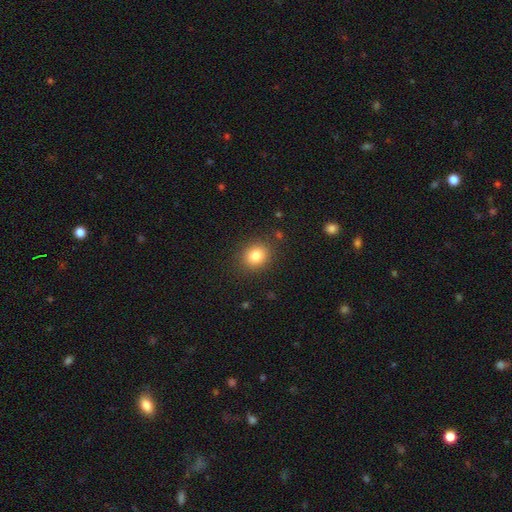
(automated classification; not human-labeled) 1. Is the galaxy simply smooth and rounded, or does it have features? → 83% smooth, 11% star or artifact, 6% featured or disk.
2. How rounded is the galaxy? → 65% round, 34% in between, 1% cigar-shaped.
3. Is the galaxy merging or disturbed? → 87% none, 9% minor disturbance, 3% major disturbance, 1% merger.